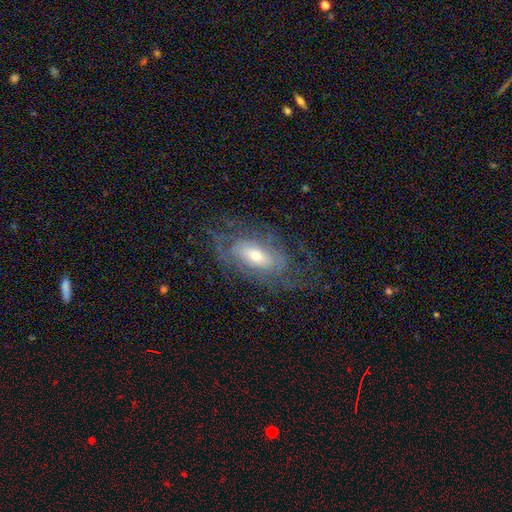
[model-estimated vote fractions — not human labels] Morphology: type=featured or disk (74%); edge-on=no (91%); bar=no (56%); spiral arms=yes (81%); winding=tight (51%); arm count=can't tell (51%); bulge=moderate (50%); merging=none (64%).